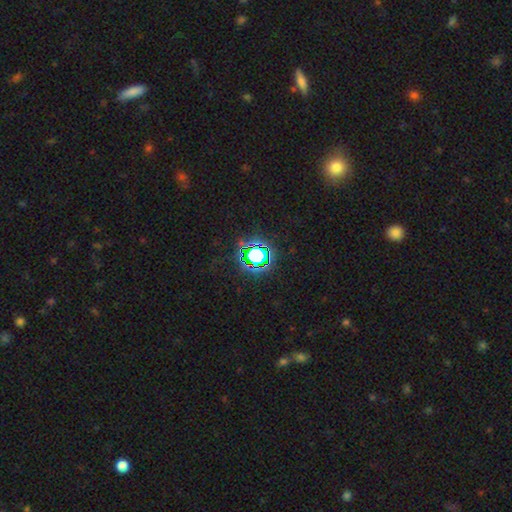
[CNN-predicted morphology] A star or artifact, not a galaxy (71%).